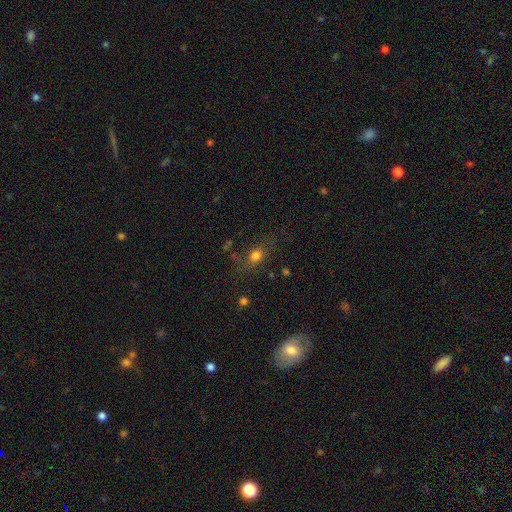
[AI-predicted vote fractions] A smooth galaxy with no disk features (69%) that is in between round and cigar-shaped (48%).

Vote fractions:
- Smooth or featured? smooth: 69% / star or artifact: 17% / featured or disk: 15%
- How rounded? in between: 48% / round: 46% / cigar-shaped: 6%
- Merging? none: 66% / minor disturbance: 18% / major disturbance: 13% / merger: 3%